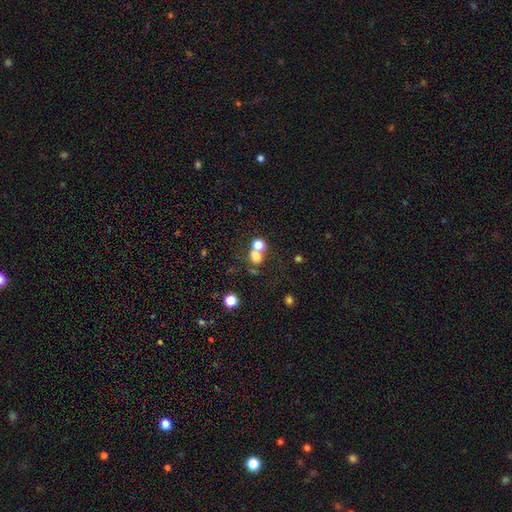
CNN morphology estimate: This appears to be a smooth galaxy with no disk features (69%) that is round (58%). Merging: merger (46%).